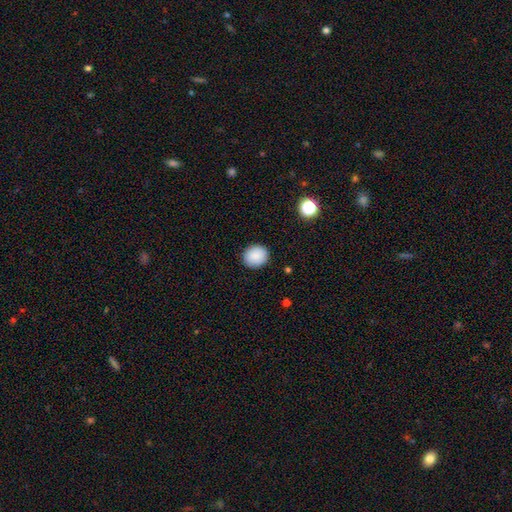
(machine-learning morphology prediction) The model was most divided on "how rounded": round: 76%, in between: 23%, cigar-shaped: 1%. More confident: merging — none (90%); smooth or featured — smooth (88%).